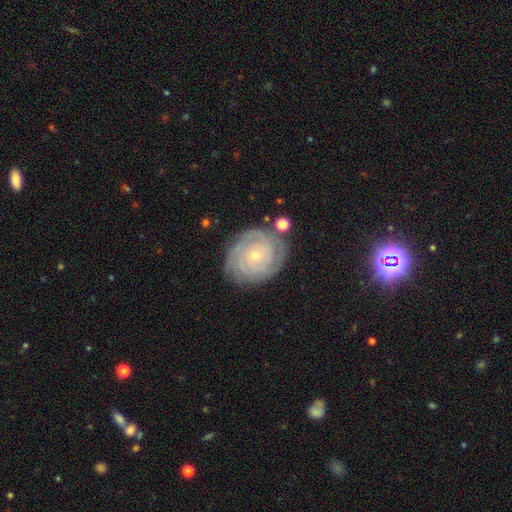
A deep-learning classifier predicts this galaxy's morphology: Q: Smooth or featured?
A: featured or disk (83%); runner-up: smooth (11%)
Q: Edge-on disk?
A: no (97%); runner-up: yes (3%)
Q: Bar?
A: no (82%); runner-up: weak (14%)
Q: Spiral arms?
A: yes (95%); runner-up: no (5%)
Q: Spiral winding?
A: tight (84%); runner-up: medium (13%)
Q: Spiral arm count?
A: can't tell (33%); runner-up: 2 (20%)
Q: Bulge size?
A: small (76%); runner-up: moderate (21%)
Q: Merging?
A: none (78%); runner-up: minor disturbance (15%)